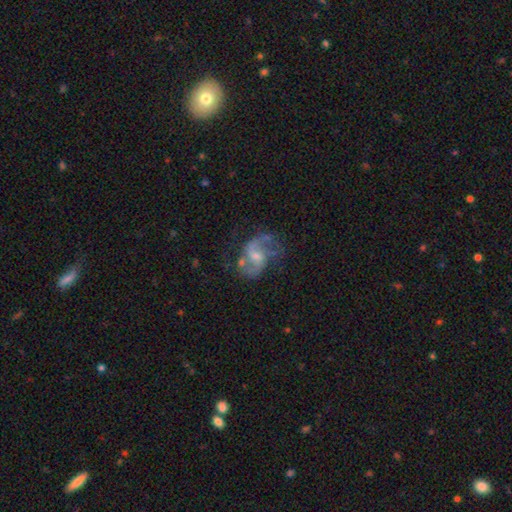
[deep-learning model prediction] This is clearly a featured or disk galaxy (83%). It is clearly not viewed edge-on (98%). Bar: possibly weak (50%). Spiral arm pattern: clearly yes (93%). Spiral arm count: clearly 2 (88%). Spiral winding: possibly loose (49%). Central bulge: possibly small (47%). Merging: likely none (62%).